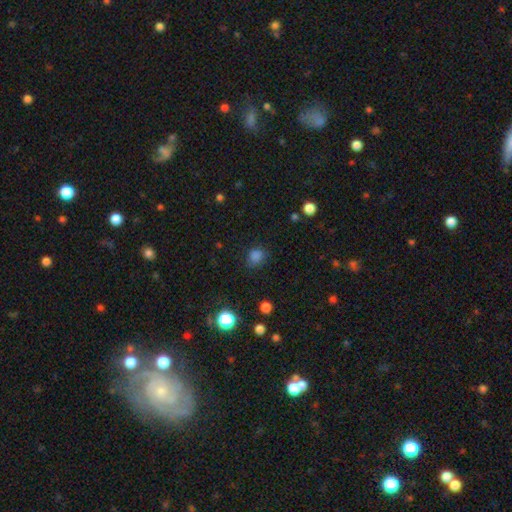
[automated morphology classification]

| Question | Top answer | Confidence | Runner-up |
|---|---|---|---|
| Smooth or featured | smooth | 79% | star or artifact (17%) |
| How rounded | round | 67% | in between (32%) |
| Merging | none | 75% | minor disturbance (18%) |